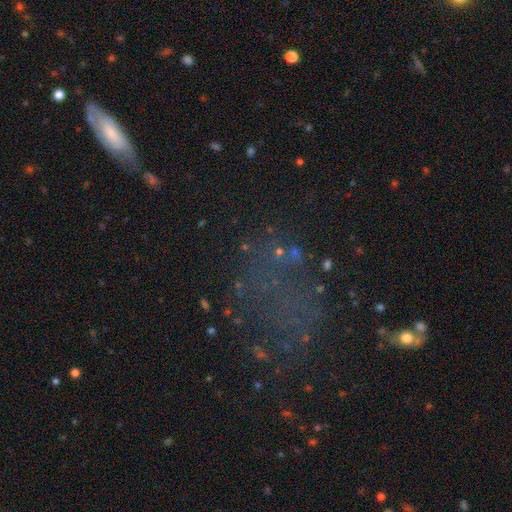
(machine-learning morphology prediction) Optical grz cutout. It shows a star or artifact, not a galaxy (43%).